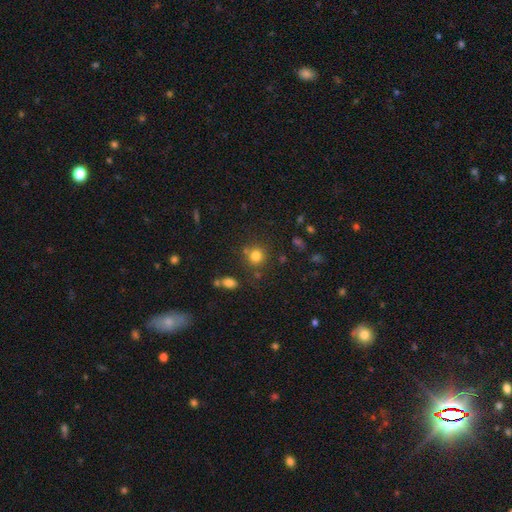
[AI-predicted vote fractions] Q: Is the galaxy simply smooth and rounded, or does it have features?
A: smooth — 79%.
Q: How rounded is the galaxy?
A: round — 87%.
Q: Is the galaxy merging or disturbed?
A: none — 75%.